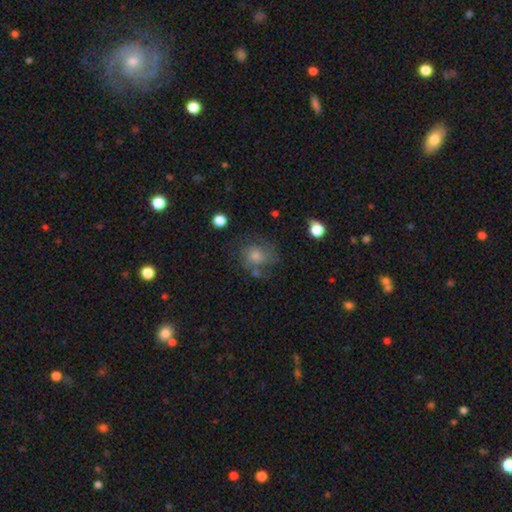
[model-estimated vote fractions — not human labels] smooth-or-featured: smooth: 46% | featured or disk: 36% | star or artifact: 18%
  merging: none: 64% | minor disturbance: 19% | major disturbance: 12% | merger: 5%